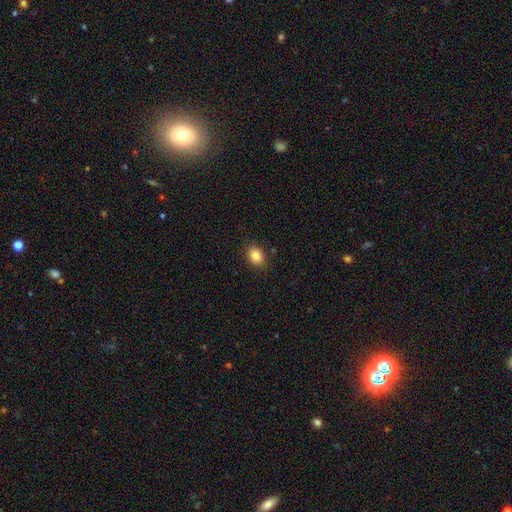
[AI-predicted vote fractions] Smooth or featured?
  - smooth: 84% *
  - star or artifact: 10%
  - featured or disk: 6%
How rounded?
  - in between: 56% *
  - round: 43%
  - cigar-shaped: 1%
Merging?
  - none: 88% *
  - minor disturbance: 9%
  - major disturbance: 2%
  - merger: 1%